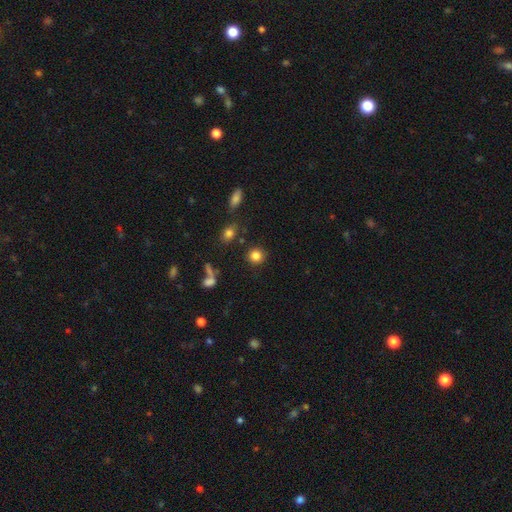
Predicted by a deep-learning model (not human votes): The model was most divided on "smooth or featured": smooth: 84%, star or artifact: 11%, featured or disk: 5%. More confident: how rounded — round (90%); merging — none (86%).